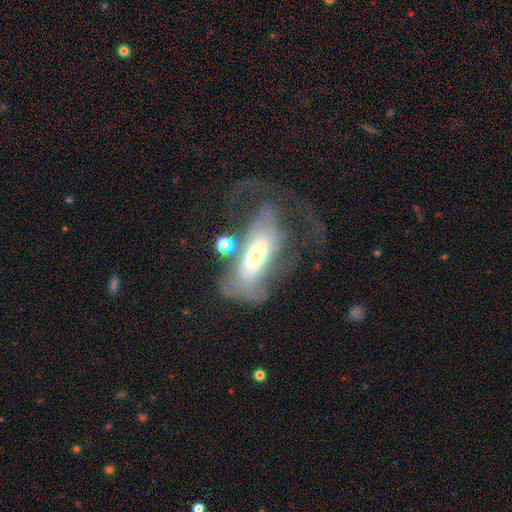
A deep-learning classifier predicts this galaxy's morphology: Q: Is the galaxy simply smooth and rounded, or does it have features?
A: featured or disk — 58%.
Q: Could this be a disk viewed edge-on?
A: no — 82%.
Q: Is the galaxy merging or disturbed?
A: major disturbance — 53%.